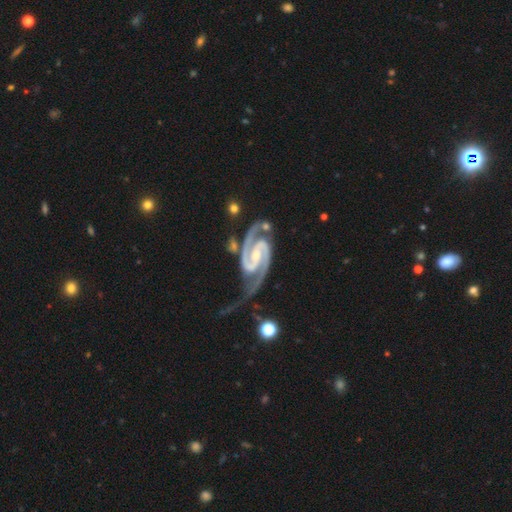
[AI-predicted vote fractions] A featured or disk galaxy (95%) with a strong bar (40%, tied with weak), 2 (94%) medium (50%) spiral arms (99%) and a small central bulge (52%). Merging: none (52%).